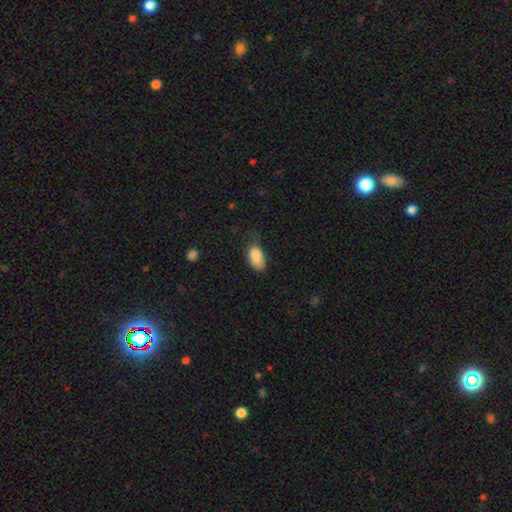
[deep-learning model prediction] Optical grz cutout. It shows a smooth galaxy with no disk features (85%) that is in between round and cigar-shaped (93%). Merging: none (41%, tied with minor disturbance).